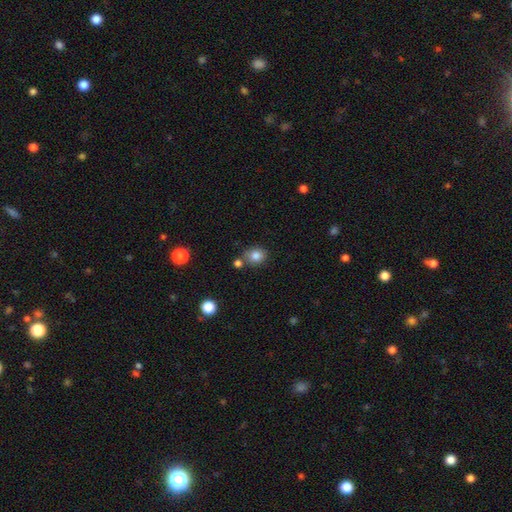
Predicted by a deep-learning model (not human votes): A smooth galaxy with no disk features (82%) that is round (70%).

Vote fractions:
- Smooth or featured? smooth: 82% / star or artifact: 11% / featured or disk: 7%
- How rounded? round: 70% / in between: 29% / cigar-shaped: 1%
- Merging? none: 71% / merger: 13% / minor disturbance: 13% / major disturbance: 3%